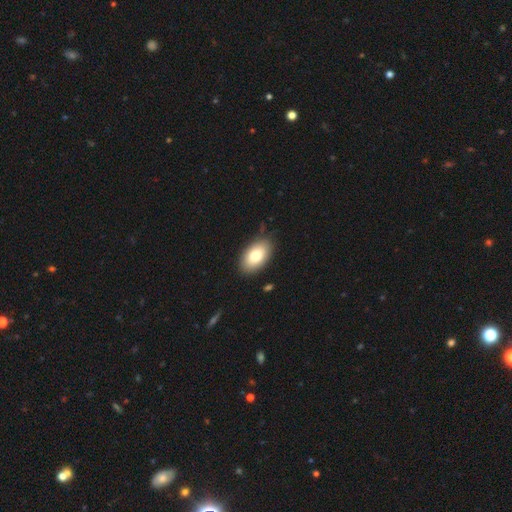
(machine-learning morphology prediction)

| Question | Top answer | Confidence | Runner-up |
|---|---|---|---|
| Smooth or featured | smooth | 79% | featured or disk (14%) |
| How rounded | in between | 93% | round (6%) |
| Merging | none | 86% | minor disturbance (10%) |